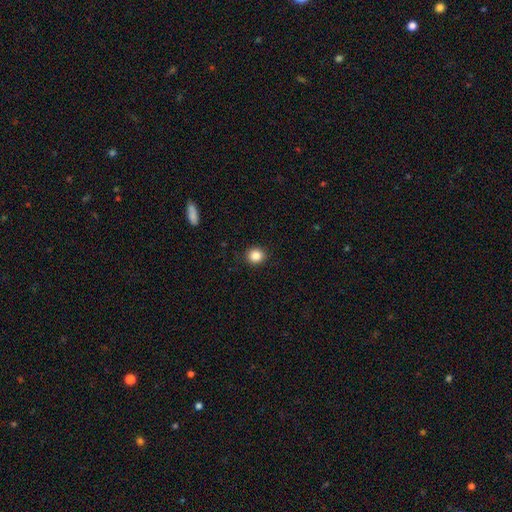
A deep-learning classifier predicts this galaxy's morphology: This is clearly a smooth galaxy (85%). How rounded: clearly round (87%). Merging: clearly none (91%).